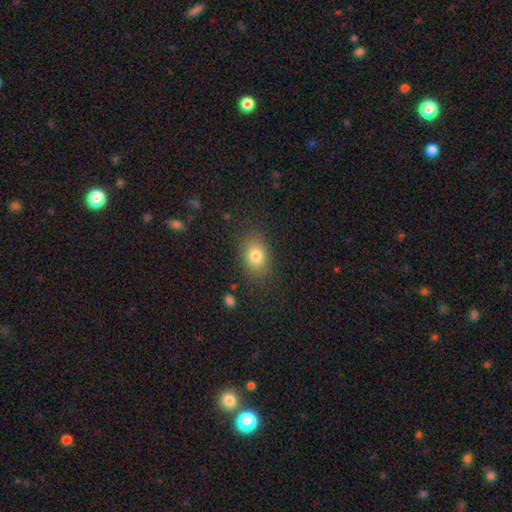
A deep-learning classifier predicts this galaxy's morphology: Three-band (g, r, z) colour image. It shows a smooth galaxy with no disk features (80%) that is in between round and cigar-shaped (75%). Merging: none (84%).